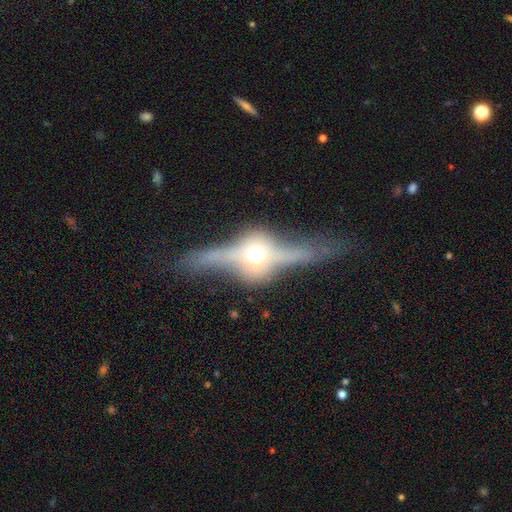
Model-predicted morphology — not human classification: featured or disk 82%, smooth 11%, star or artifact 8%. Down the decision tree: edge-on disk — yes (90%); edge-on bulge — rounded (96%); merging — none (70%).